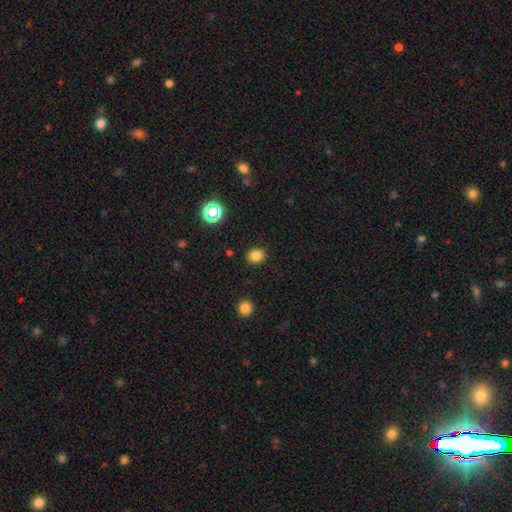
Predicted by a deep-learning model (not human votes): Smooth or featured? Predicted: smooth (p=0.80). How rounded? Predicted: round (p=0.64). Merging? Predicted: none (p=0.88).